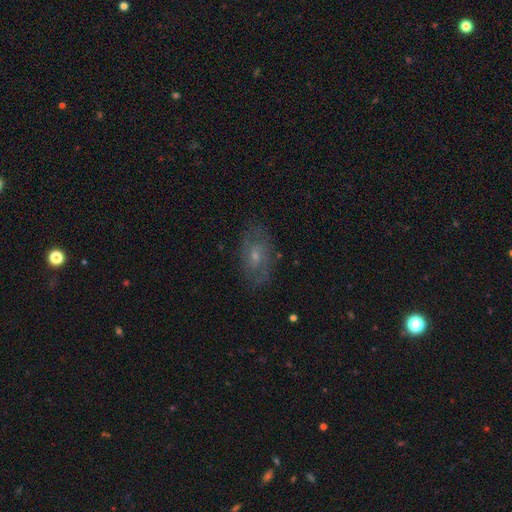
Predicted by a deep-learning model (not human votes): The model was most divided on "bar": no: 54%, weak: 40%, strong: 6%. More confident: edge-on disk — no (95%); spiral arms — yes (82%); merging — none (76%); smooth or featured — featured or disk (64%); bulge size — small (58%).